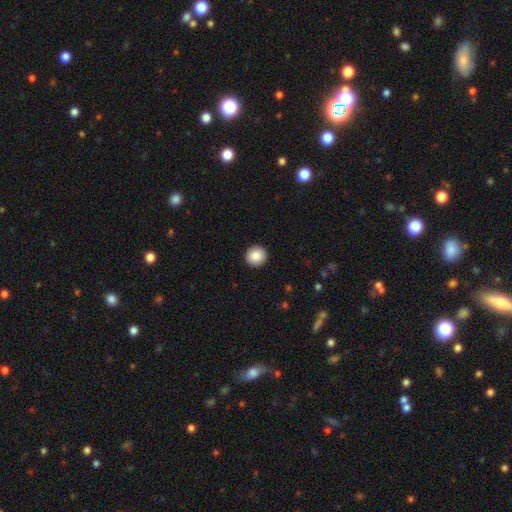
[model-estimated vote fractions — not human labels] smooth_or_featured: smooth (p=0.88) [alt: star or artifact p=0.08]
how_rounded: round (p=0.94) [alt: in between p=0.05]
merging: none (p=0.93) [alt: minor disturbance p=0.04]